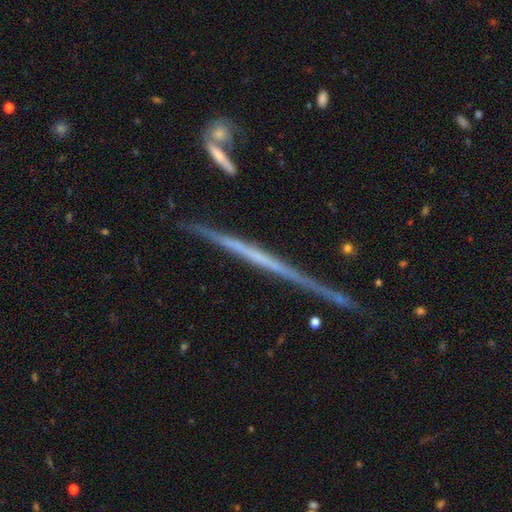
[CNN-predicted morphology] The model was most divided on "smooth or featured": featured or disk: 73%, smooth: 20%, star or artifact: 8%. More confident: edge-on disk — yes (97%); edge-on bulge — none (88%); merging — none (83%).